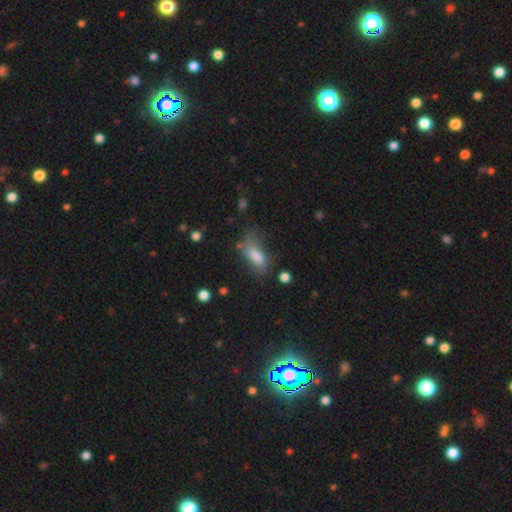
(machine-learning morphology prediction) The model was most divided on "merging": none: 41%, minor disturbance: 30%, major disturbance: 25%, merger: 5%. More confident: how rounded — in between (80%); smooth or featured — smooth (73%).